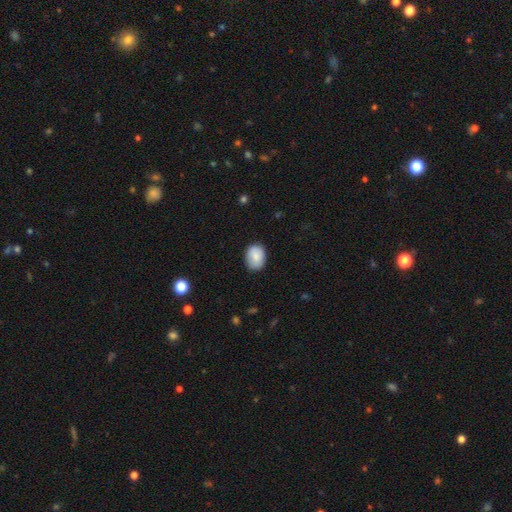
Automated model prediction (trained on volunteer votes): Morphology: type=smooth (83%); roundness=in between (67%); merging=none (80%).